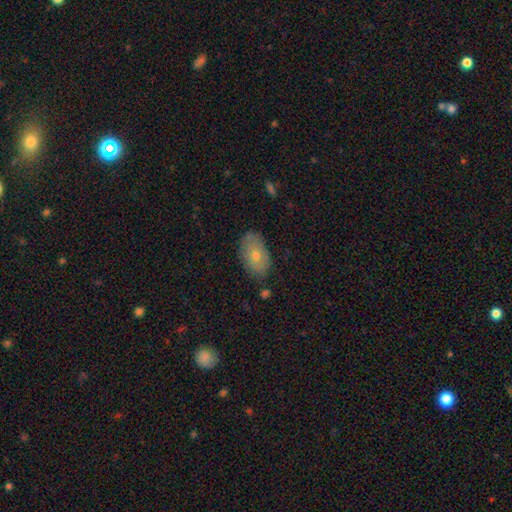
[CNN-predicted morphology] This appears to be a smooth galaxy with no disk features (61%) that is in between round and cigar-shaped (90%). Merging: none (80%).